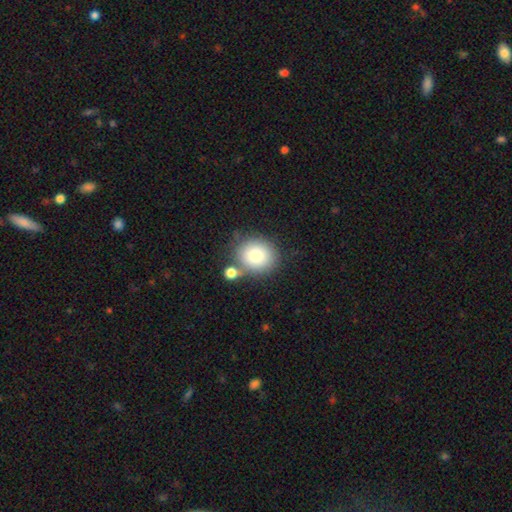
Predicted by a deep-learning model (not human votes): Smooth or featured? Predicted: smooth (p=0.82). How rounded? Predicted: round (p=0.77). Merging? Predicted: none (p=0.63).